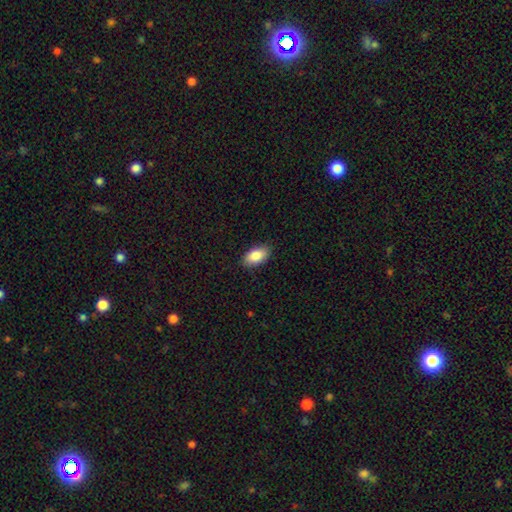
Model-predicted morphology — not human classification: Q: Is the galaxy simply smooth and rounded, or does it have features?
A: smooth — 86%.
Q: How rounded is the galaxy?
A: in between — 93%.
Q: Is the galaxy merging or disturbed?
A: none — 87%.